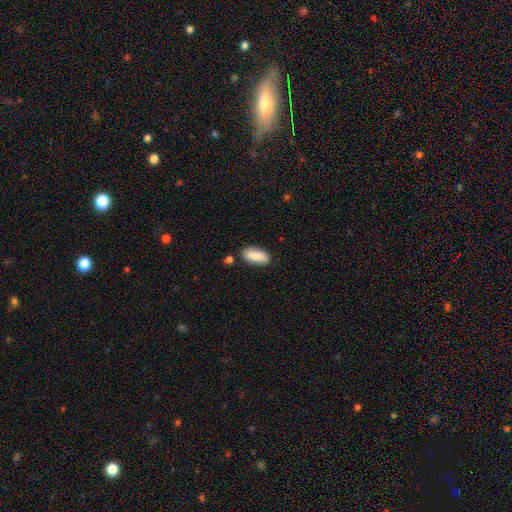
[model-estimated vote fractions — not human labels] A smooth galaxy with no disk features (86%) that is in between round and cigar-shaped (86%). Merging: none (82%).